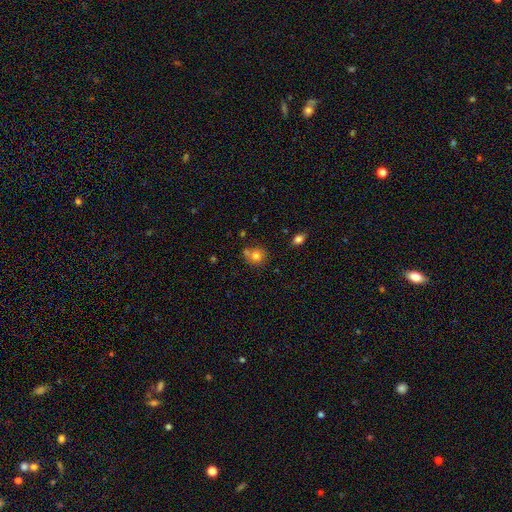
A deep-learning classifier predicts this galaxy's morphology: This is likely a smooth galaxy (77%). How rounded: clearly round (86%). Merging: likely none (62%).